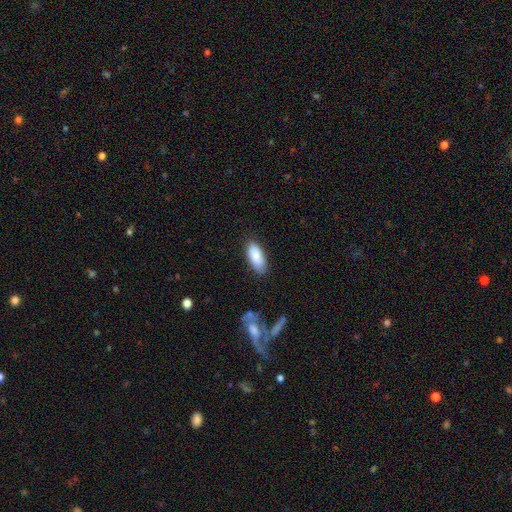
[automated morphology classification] type=smooth (86%); roundness=in between (85%); merging=none (82%).